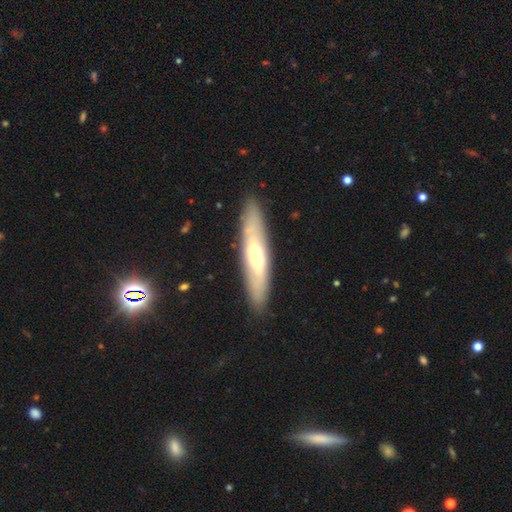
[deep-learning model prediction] This appears to be a featured or disk galaxy (54%) viewed edge-on (60%). Merging: none (88%).